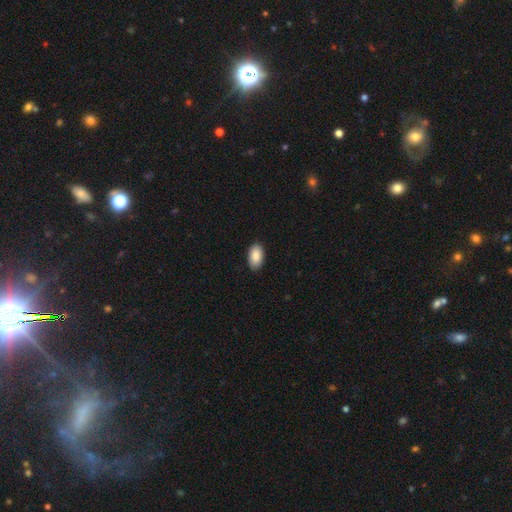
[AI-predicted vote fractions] This is clearly a smooth galaxy (88%). How rounded: clearly in between (95%). Merging: clearly none (88%).